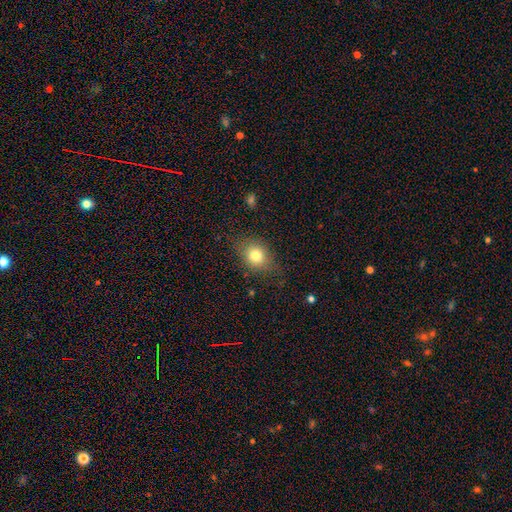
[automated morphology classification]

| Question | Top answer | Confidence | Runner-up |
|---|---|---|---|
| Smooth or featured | smooth | 77% | featured or disk (12%) |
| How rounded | round | 52% | in between (46%) |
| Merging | none | 73% | minor disturbance (19%) |